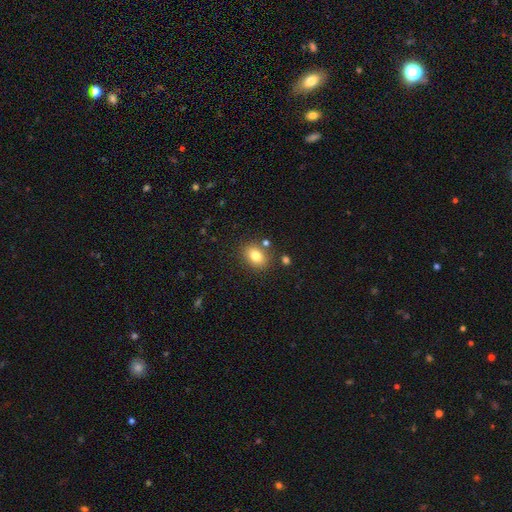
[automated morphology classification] smooth-or-featured: smooth: 81% | star or artifact: 10% | featured or disk: 9%
  how-rounded: in between: 68% | round: 31% | cigar-shaped: 1%
  merging: none: 80% | minor disturbance: 11% | merger: 6% | major disturbance: 3%